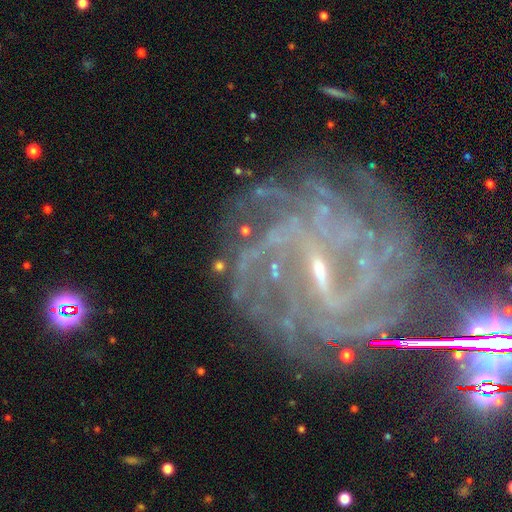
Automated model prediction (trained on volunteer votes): Overall: featured or disk (86%). Edge-on disk: no (97%). Bar: weak (44%; strong 42%). Spiral arms: yes (95%). Spiral arm count: can't tell (27%; more than 4 22%). Spiral winding: tight (60%; medium 31%). Bulge size: small (75%). Merging: none (72%).